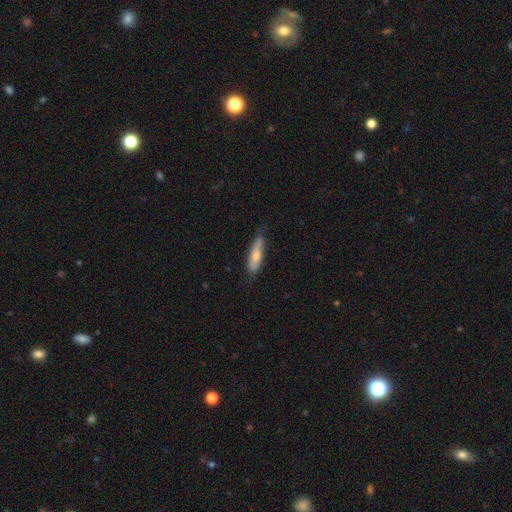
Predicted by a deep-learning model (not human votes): Q: Smooth or featured?
A: smooth (67%); runner-up: featured or disk (27%)
Q: How rounded?
A: cigar-shaped (66%); runner-up: in between (32%)
Q: Merging?
A: none (69%); runner-up: minor disturbance (25%)